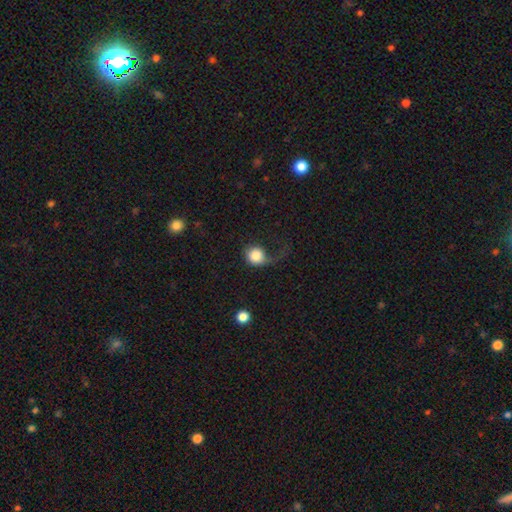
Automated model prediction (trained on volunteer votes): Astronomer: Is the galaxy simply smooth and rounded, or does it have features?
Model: smooth — 77%.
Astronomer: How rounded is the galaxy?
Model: round — 84%.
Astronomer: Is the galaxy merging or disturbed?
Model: major disturbance — 47% (runner-up: none, 29%).